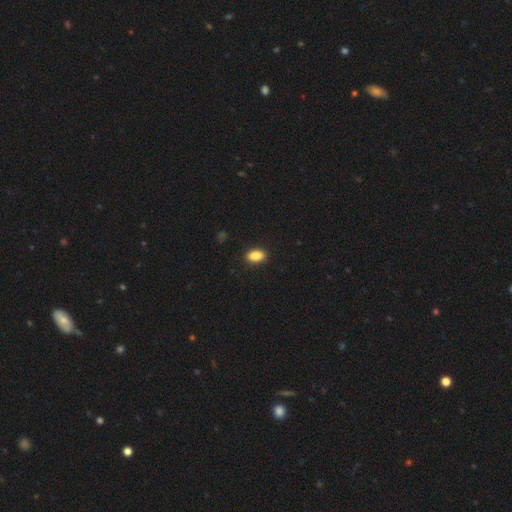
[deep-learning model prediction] smooth_or_featured: smooth (p=0.89) [alt: star or artifact p=0.08]
how_rounded: in between (p=0.90) [alt: round p=0.06]
merging: none (p=0.87) [alt: minor disturbance p=0.10]